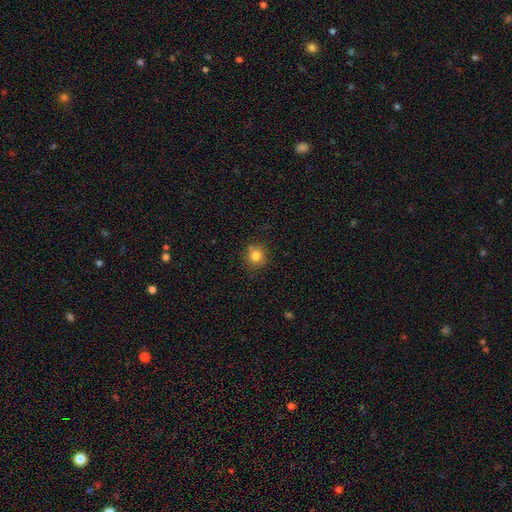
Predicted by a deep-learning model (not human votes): Smooth or featured: smooth — 82% (star or artifact — 12%)
How rounded: round — 91% (in between — 8%)
Merging: none — 84% (minor disturbance — 11%)